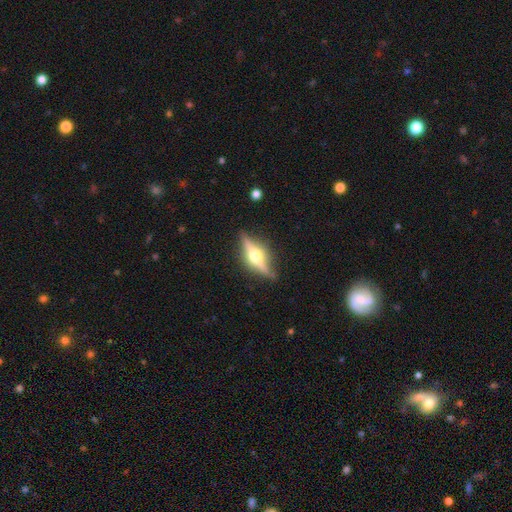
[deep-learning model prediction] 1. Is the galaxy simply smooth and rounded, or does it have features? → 76% featured or disk, 18% smooth, 6% star or artifact.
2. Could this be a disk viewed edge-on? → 95% yes, 5% no.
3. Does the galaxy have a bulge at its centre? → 95% rounded, 4% boxy, 2% none.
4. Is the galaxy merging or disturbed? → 83% none, 12% minor disturbance, 3% major disturbance, 2% merger.